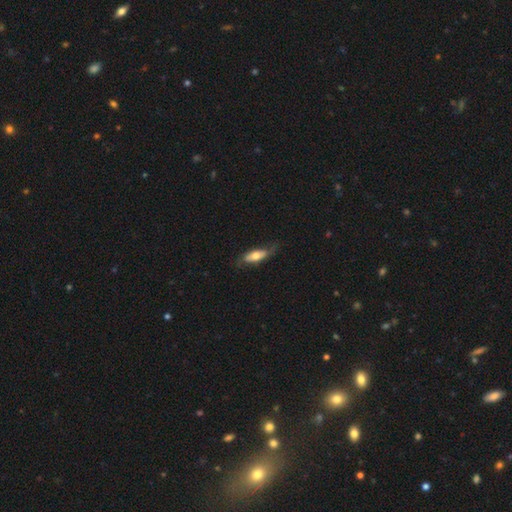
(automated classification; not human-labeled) This is possibly a smooth galaxy (56%). How rounded: likely in between (63%). Merging: possibly none (58%).